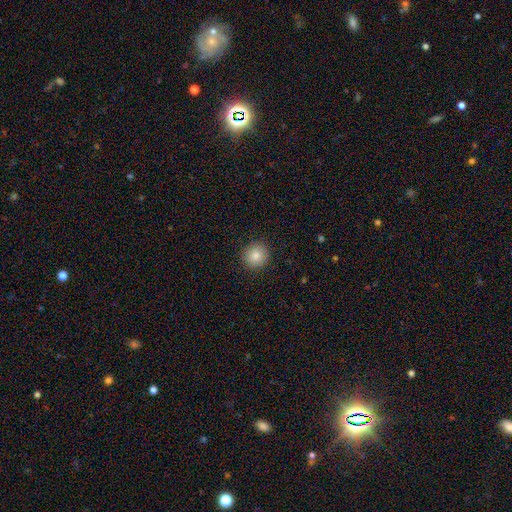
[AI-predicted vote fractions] Morphology: type=smooth (84%); roundness=round (90%); merging=none (91%).